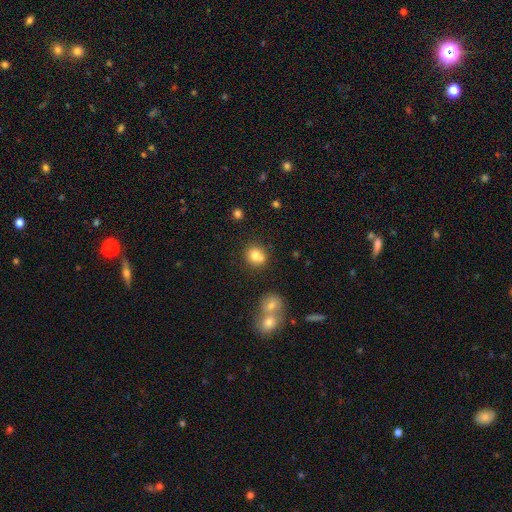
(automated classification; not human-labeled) smooth 79%, star or artifact 11%, featured or disk 10%. Down the decision tree: how rounded — round (75%); merging — none (58%).